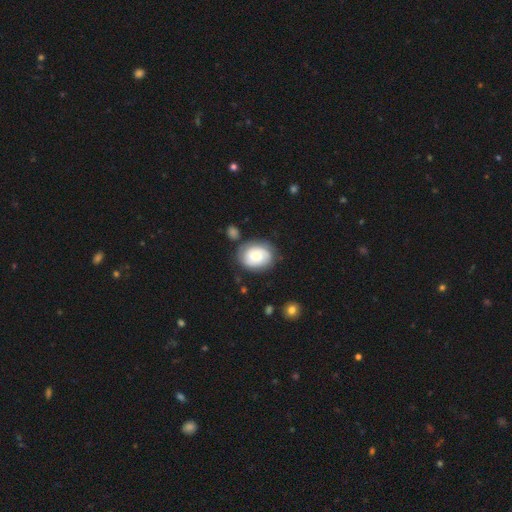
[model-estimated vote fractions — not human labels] smooth_or_featured: smooth (p=0.47) [alt: featured or disk p=0.46]
merging: none (p=0.72) [alt: minor disturbance p=0.18]